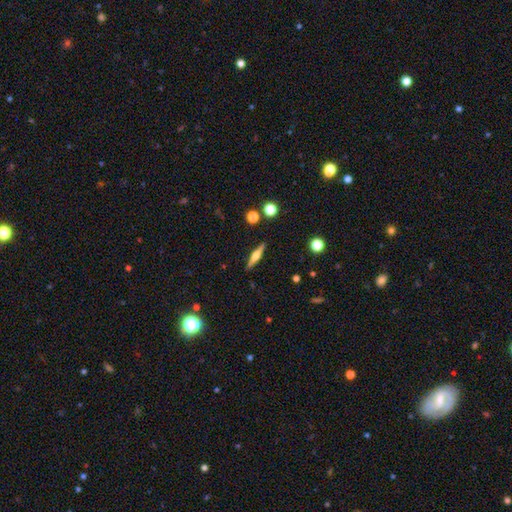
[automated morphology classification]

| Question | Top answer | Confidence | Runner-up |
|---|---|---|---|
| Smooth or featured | featured or disk | 59% | smooth (34%) |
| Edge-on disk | yes | 96% | no (4%) |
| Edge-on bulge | rounded | 89% | boxy (7%) |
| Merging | none | 89% | minor disturbance (7%) |